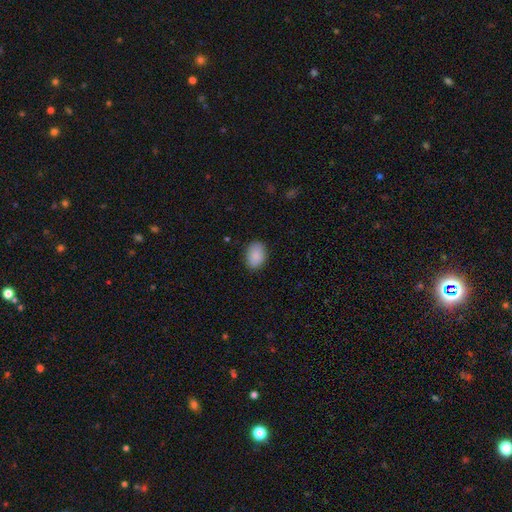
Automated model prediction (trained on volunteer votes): smooth-or-featured: smooth: 88% | star or artifact: 7% | featured or disk: 5%
  how-rounded: in between: 78% | round: 21% | cigar-shaped: 1%
  merging: none: 85% | minor disturbance: 11% | major disturbance: 3% | merger: 1%